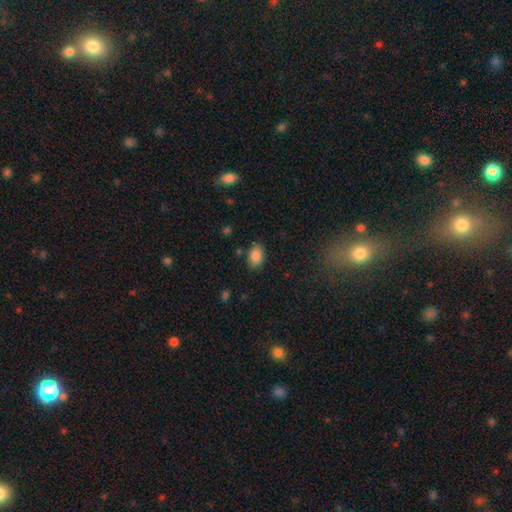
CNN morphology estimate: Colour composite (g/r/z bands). It shows a smooth galaxy with no disk features (86%) that is in between round and cigar-shaped (88%). Merging: none (83%).